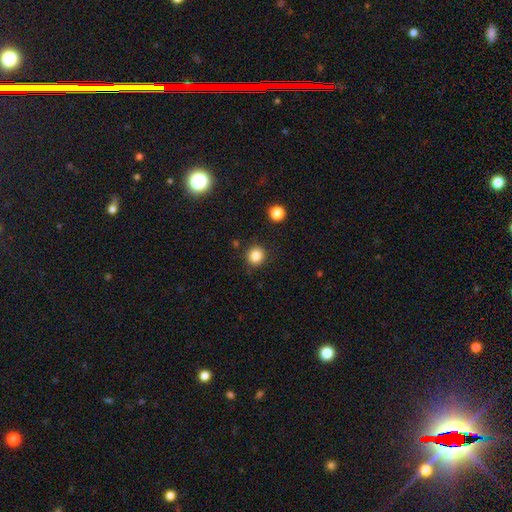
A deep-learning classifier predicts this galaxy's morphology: Overall: smooth (85%). How rounded: round (90%). Merging: none (89%).